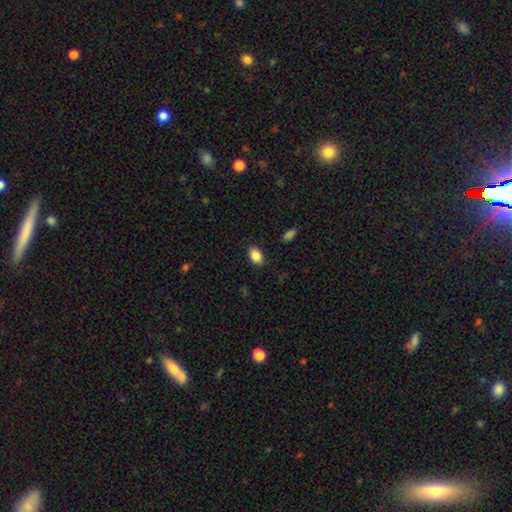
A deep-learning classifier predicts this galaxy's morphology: type=smooth (86%); roundness=in between (82%); merging=none (86%).